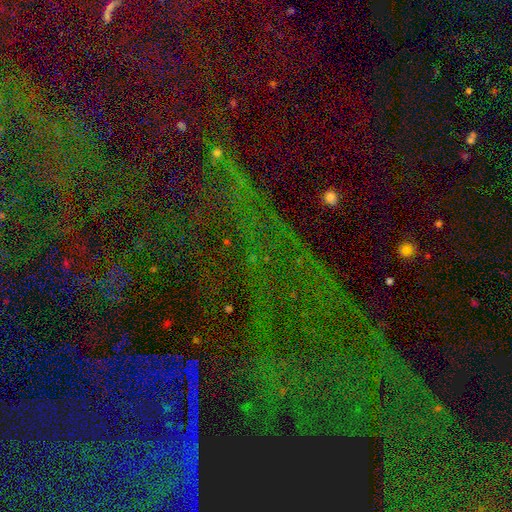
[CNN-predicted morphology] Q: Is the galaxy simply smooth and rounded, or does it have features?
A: star or artifact — 80%.